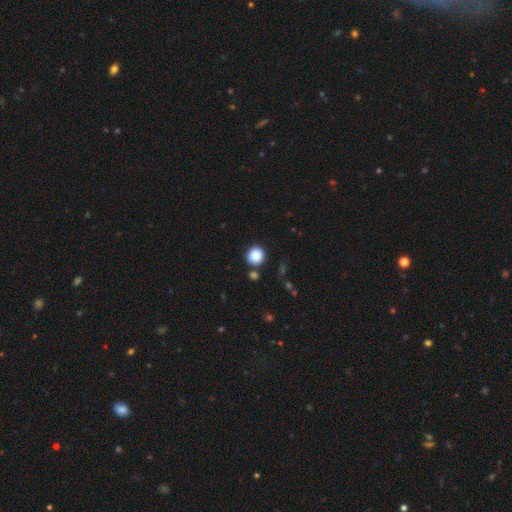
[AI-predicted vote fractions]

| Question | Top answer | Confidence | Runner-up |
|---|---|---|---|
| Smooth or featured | smooth | 86% | star or artifact (10%) |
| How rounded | round | 91% | in between (8%) |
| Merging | none | 84% | minor disturbance (7%) |